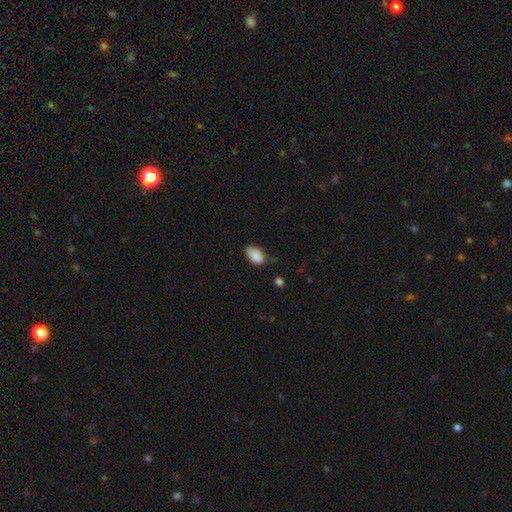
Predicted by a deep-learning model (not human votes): Smooth or featured? smooth (89%)
How rounded? in between (93%)
Merging? none (62%)